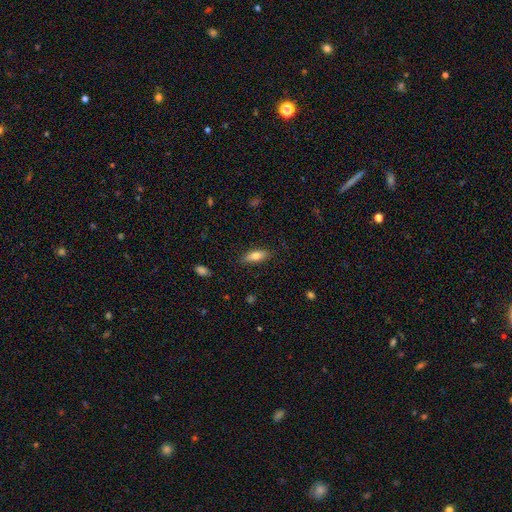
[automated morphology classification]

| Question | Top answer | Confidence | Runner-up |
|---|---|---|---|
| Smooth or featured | smooth | 77% | featured or disk (16%) |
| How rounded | in between | 72% | cigar-shaped (25%) |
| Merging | none | 85% | minor disturbance (11%) |